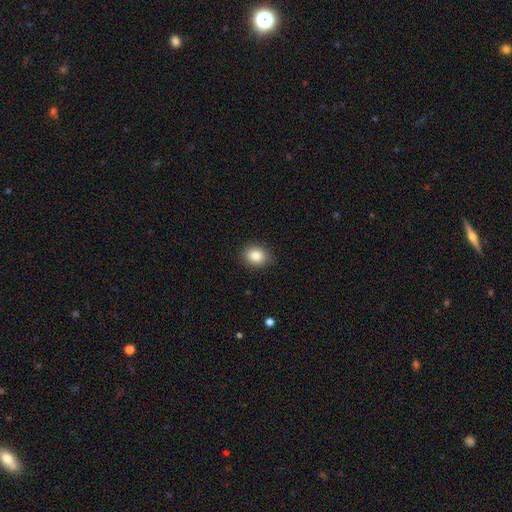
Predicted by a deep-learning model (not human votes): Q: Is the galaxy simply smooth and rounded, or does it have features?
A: smooth — 85%.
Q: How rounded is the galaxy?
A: round — 57%.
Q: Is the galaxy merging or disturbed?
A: none — 88%.